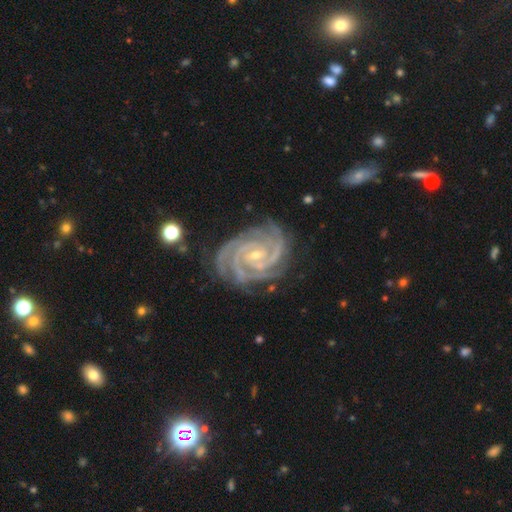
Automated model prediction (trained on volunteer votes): Overall: featured or disk (93%). Edge-on disk: no (98%). Bar: no (49%; weak 33%). Spiral arms: yes (99%). Spiral arm count: 3 (31%; 4 25%). Spiral winding: tight (80%). Bulge size: small (77%). Merging: none (78%).